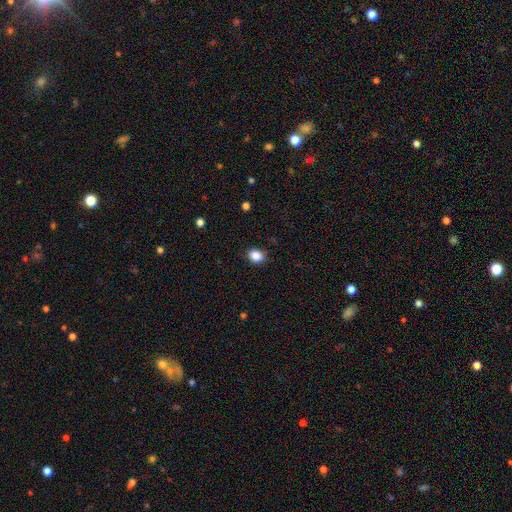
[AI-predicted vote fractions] Smooth or featured?
  - smooth: 88% *
  - star or artifact: 9%
  - featured or disk: 3%
How rounded?
  - in between: 53% *
  - round: 46%
  - cigar-shaped: 1%
Merging?
  - none: 87% *
  - minor disturbance: 9%
  - major disturbance: 2%
  - merger: 1%